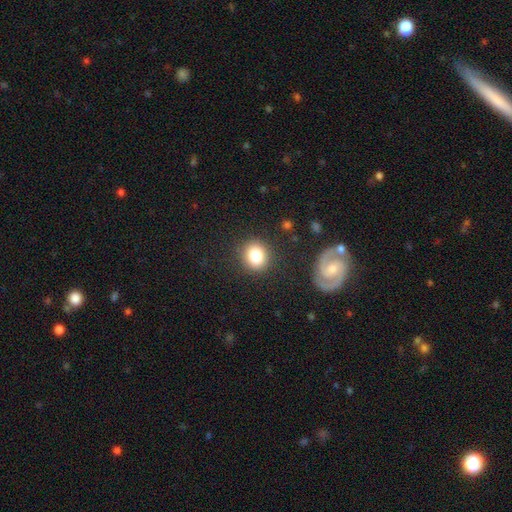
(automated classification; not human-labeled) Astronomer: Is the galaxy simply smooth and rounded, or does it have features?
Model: smooth — 82%.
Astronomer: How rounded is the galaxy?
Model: round — 79%.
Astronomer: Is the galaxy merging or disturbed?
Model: none — 86%.